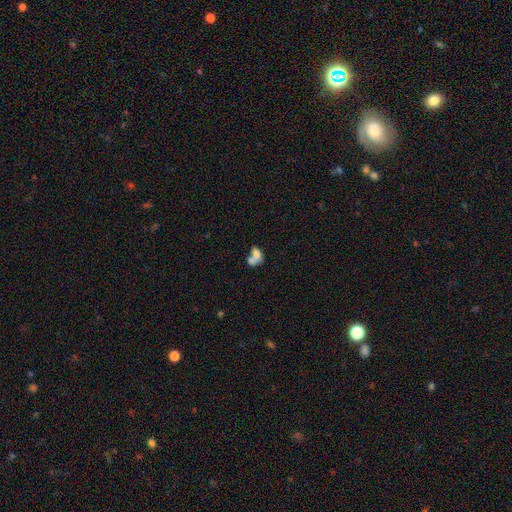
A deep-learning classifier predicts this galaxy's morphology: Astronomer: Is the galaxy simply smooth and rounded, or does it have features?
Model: smooth — 67%.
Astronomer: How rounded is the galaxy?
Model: in between — 76%.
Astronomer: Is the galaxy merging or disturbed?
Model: merger — 69%.